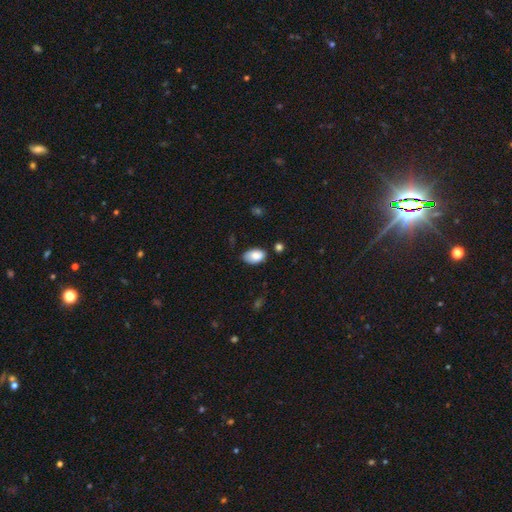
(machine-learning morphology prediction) smooth_or_featured: smooth (p=0.83) [alt: featured or disk p=0.10]
how_rounded: in between (p=0.92) [alt: round p=0.07]
merging: none (p=0.74) [alt: minor disturbance p=0.19]